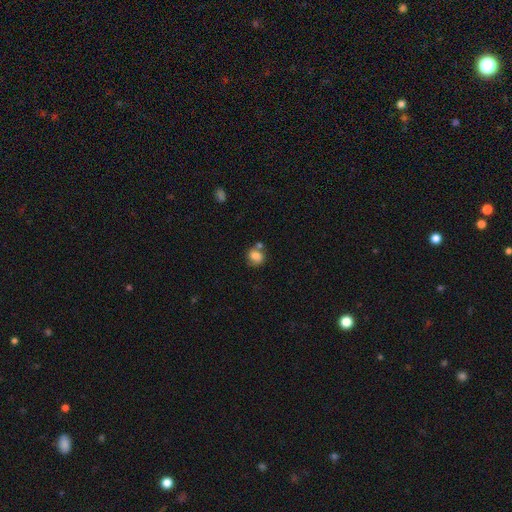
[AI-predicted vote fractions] A smooth galaxy with no disk features (72%) that is round (64%). Merging: none (48%).